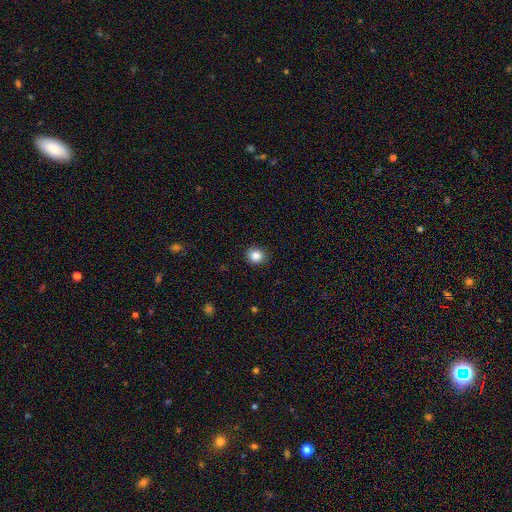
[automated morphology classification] Smooth or featured: smooth — 86% (star or artifact — 10%)
How rounded: round — 78% (in between — 21%)
Merging: none — 90% (minor disturbance — 8%)